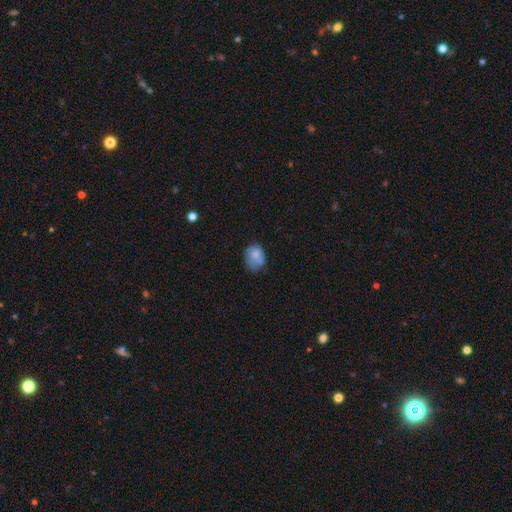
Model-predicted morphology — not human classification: Smooth or featured? smooth (71%)
How rounded? in between (57%)
Merging? none (50%)